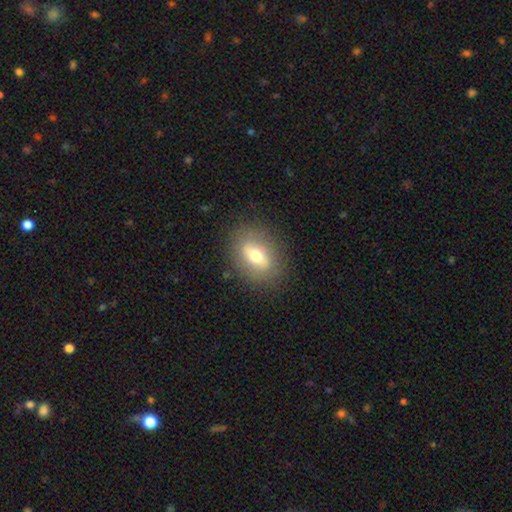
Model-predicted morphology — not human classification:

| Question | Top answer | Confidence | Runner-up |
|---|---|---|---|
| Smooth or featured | smooth | 56% | featured or disk (34%) |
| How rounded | in between | 67% | round (29%) |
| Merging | none | 84% | minor disturbance (11%) |